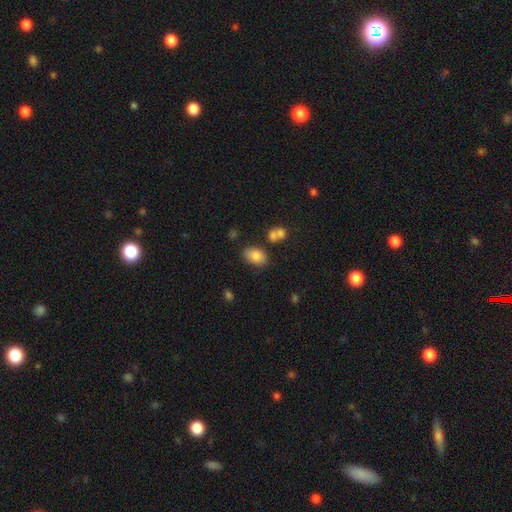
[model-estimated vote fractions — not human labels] Smooth or featured? smooth (82%)
How rounded? in between (88%)
Merging? none (73%)